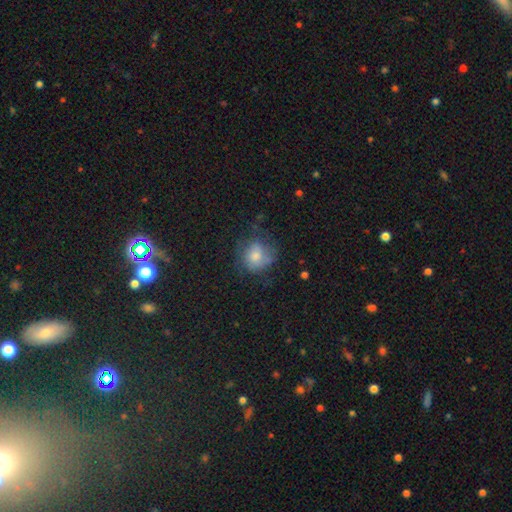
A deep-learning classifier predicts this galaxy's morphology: smooth 58%, featured or disk 28%, star or artifact 14%. Down the decision tree: how rounded — round (74%); merging — none (59%).